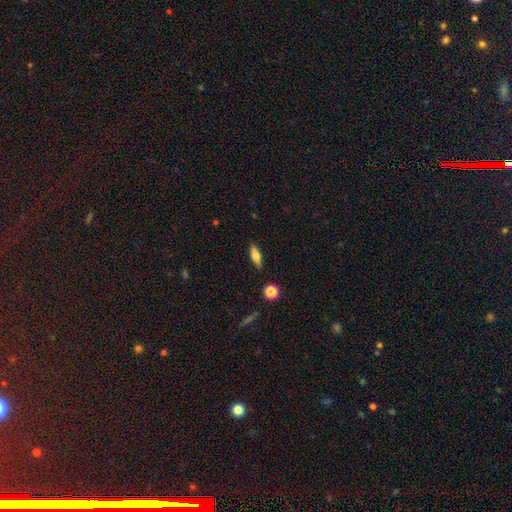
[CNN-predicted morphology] type=smooth (55%); roundness=in between (49%); merging=none (88%).